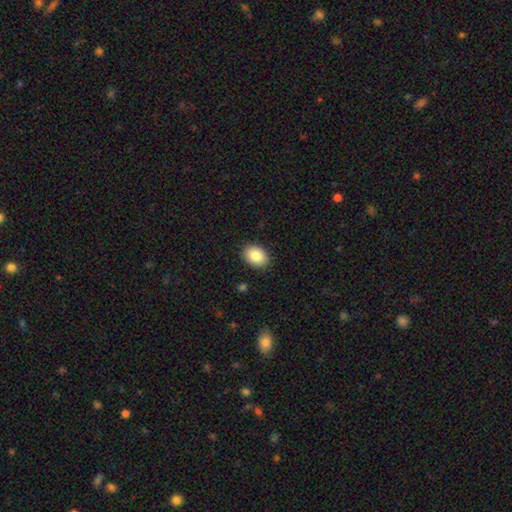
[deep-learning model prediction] smooth_or_featured: smooth (p=0.85) [alt: star or artifact p=0.08]
how_rounded: in between (p=0.73) [alt: round p=0.26]
merging: none (p=0.89) [alt: minor disturbance p=0.08]